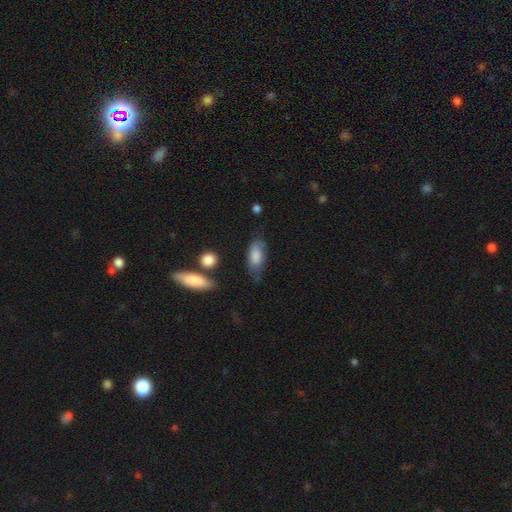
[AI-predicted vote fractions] Overall: smooth (76%). How rounded: in between (86%). Merging: none (54%; minor disturbance 31%).